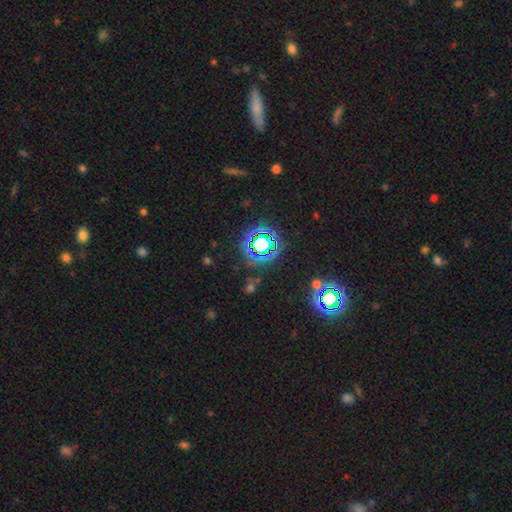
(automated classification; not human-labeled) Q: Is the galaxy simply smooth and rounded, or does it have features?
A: star or artifact — 79%.